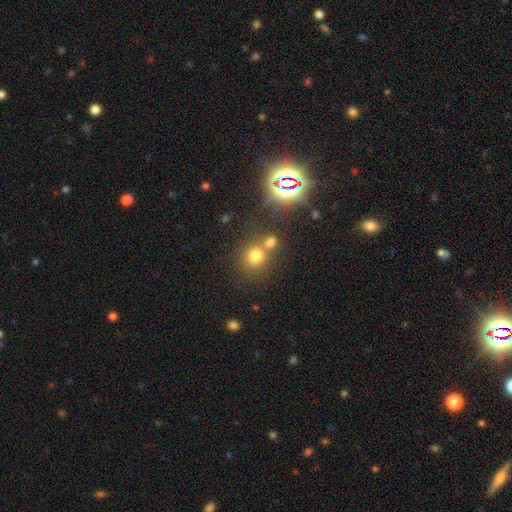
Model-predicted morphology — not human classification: Q: Smooth or featured?
A: smooth (71%); runner-up: star or artifact (20%)
Q: How rounded?
A: round (84%); runner-up: in between (14%)
Q: Merging?
A: none (57%); runner-up: merger (30%)